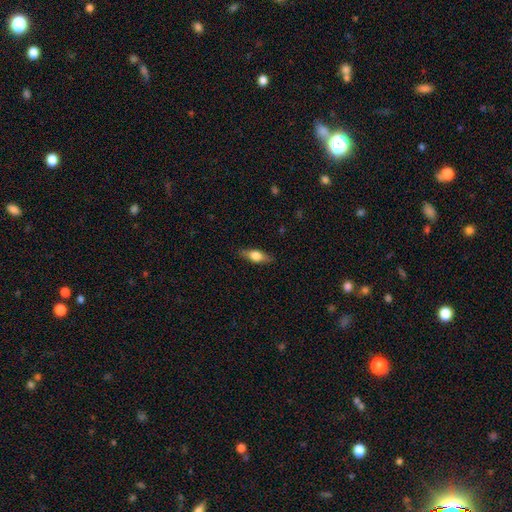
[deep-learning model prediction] Smooth or featured? Predicted: smooth (p=0.56). How rounded? Predicted: in between (p=0.58). Merging? Predicted: none (p=0.86).